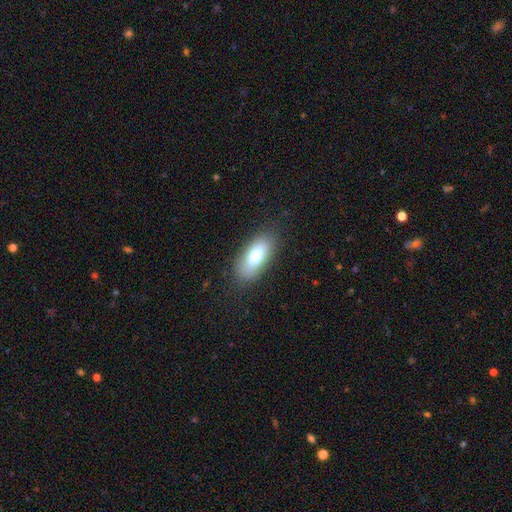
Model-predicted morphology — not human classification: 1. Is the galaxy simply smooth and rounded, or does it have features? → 79% smooth, 14% featured or disk, 7% star or artifact.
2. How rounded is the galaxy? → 85% in between, 12% cigar-shaped, 2% round.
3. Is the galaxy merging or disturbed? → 84% none, 12% minor disturbance, 4% major disturbance, 1% merger.